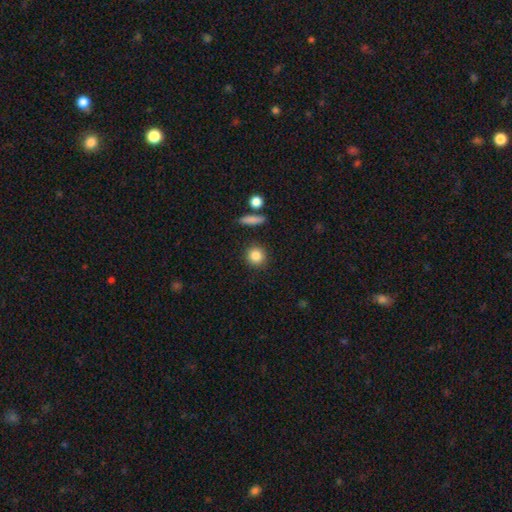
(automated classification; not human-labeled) Q: Smooth or featured?
A: smooth (85%); runner-up: star or artifact (9%)
Q: How rounded?
A: round (89%); runner-up: in between (9%)
Q: Merging?
A: none (89%); runner-up: minor disturbance (6%)